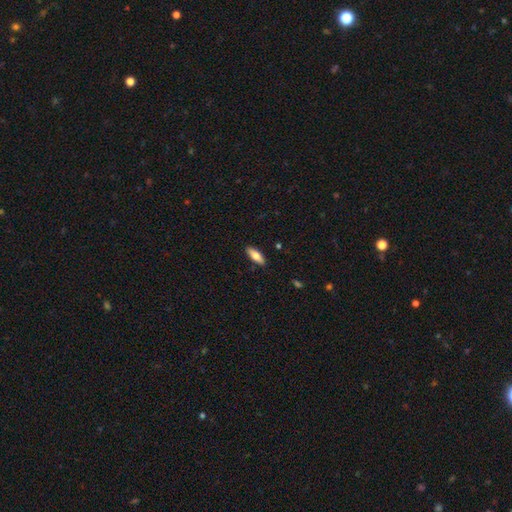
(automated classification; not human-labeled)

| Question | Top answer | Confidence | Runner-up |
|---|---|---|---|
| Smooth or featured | smooth | 72% | featured or disk (22%) |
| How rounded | in between | 66% | cigar-shaped (32%) |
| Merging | none | 89% | minor disturbance (8%) |